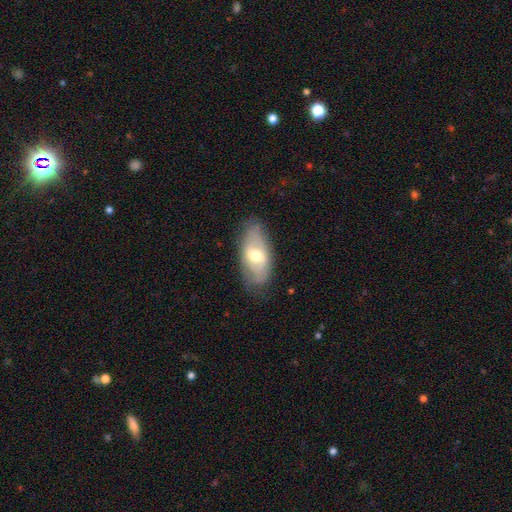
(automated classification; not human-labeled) A featured or disk galaxy (49%).

Vote fractions:
- Smooth or featured? featured or disk: 49% / smooth: 44% / star or artifact: 6%
- Merging? none: 73% / minor disturbance: 20% / major disturbance: 6% / merger: 1%